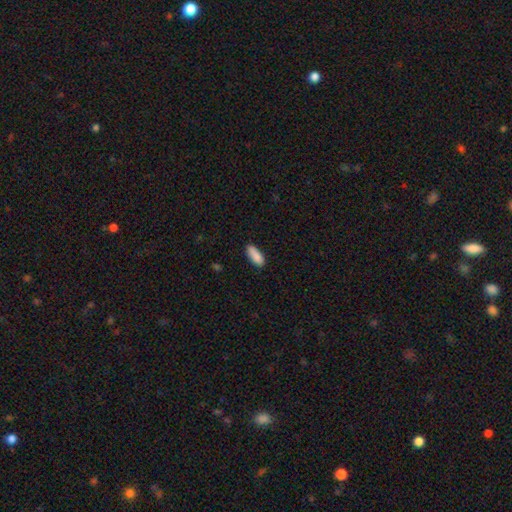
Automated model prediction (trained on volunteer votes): Q: Smooth or featured?
A: smooth (89%); runner-up: star or artifact (6%)
Q: How rounded?
A: in between (69%); runner-up: cigar-shaped (29%)
Q: Merging?
A: none (85%); runner-up: minor disturbance (12%)